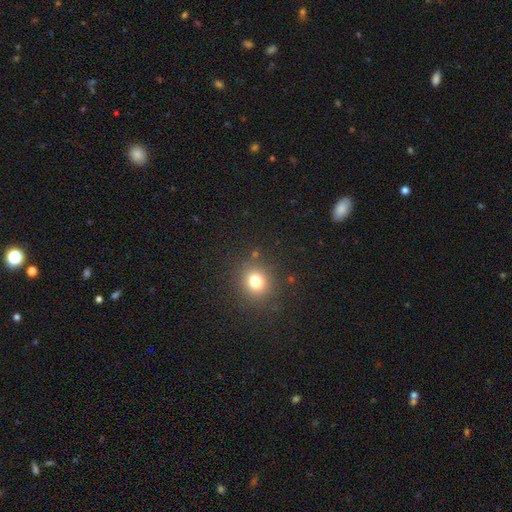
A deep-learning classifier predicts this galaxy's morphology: Smooth or featured?
  - smooth: 63% *
  - star or artifact: 30%
  - featured or disk: 7%
How rounded?
  - round: 90% *
  - in between: 8%
  - cigar-shaped: 1%
Merging?
  - none: 91% *
  - minor disturbance: 6%
  - major disturbance: 2%
  - merger: 2%